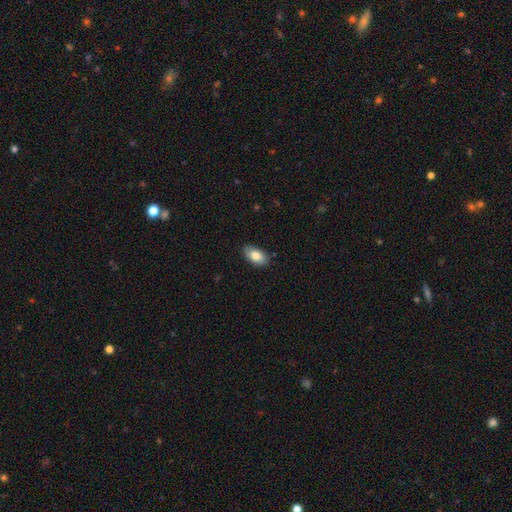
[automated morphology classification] Q: Smooth or featured?
A: smooth (83%); runner-up: featured or disk (10%)
Q: How rounded?
A: in between (93%); runner-up: round (5%)
Q: Merging?
A: none (86%); runner-up: minor disturbance (11%)